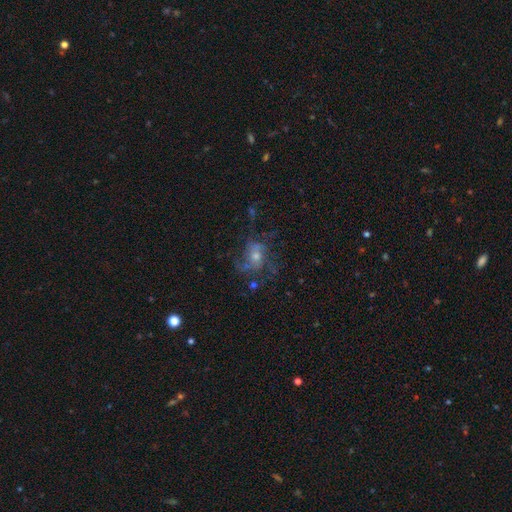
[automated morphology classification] Smooth or featured?
  - featured or disk: 67% *
  - star or artifact: 17%
  - smooth: 16%
Edge-on disk?
  - no: 97% *
  - yes: 3%
Bar?
  - no: 69% *
  - weak: 26%
  - strong: 5%
Spiral arms?
  - yes: 82% *
  - no: 18%
Spiral winding?
  - medium: 47% *
  - loose: 34%
  - tight: 19%
Spiral arm count?
  - can't tell: 29% *
  - 2: 25%
  - 3: 25%
  - 4: 9%
  - 1: 6%
  - more than 4: 5%
Bulge size?
  - moderate: 52% *
  - small: 35%
  - large: 8%
  - none: 4%
  - dominant: 2%
Merging?
  - none: 57% *
  - major disturbance: 23%
  - minor disturbance: 17%
  - merger: 3%